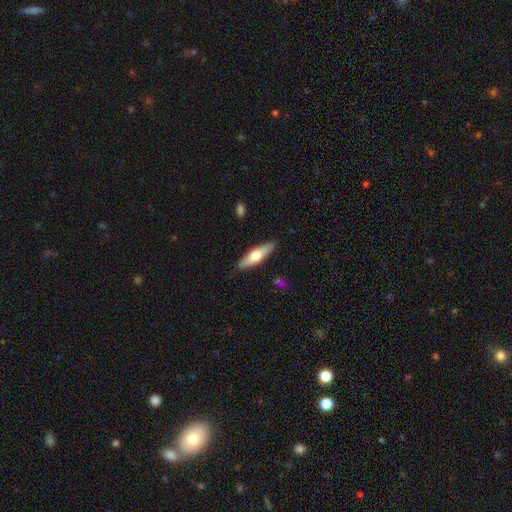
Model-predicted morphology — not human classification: This appears to be a smooth galaxy with no disk features (52%) that is cigar-shaped (67%). Merging: none (87%).